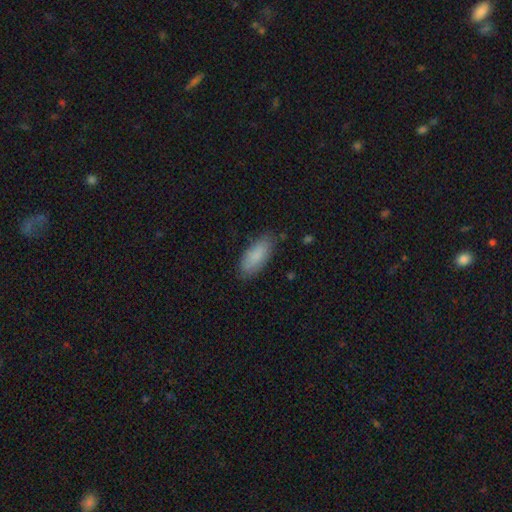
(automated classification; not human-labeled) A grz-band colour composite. It shows a smooth galaxy with no disk features (85%) that is in between round and cigar-shaped (83%). Merging: none (78%).